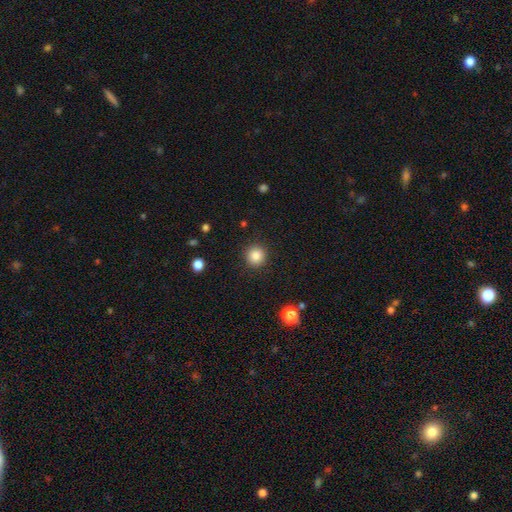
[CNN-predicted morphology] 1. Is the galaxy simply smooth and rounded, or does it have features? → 85% smooth, 10% star or artifact, 5% featured or disk.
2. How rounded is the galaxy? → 94% round, 5% in between, 1% cigar-shaped.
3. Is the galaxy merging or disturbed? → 91% none, 6% minor disturbance, 2% major disturbance, 1% merger.